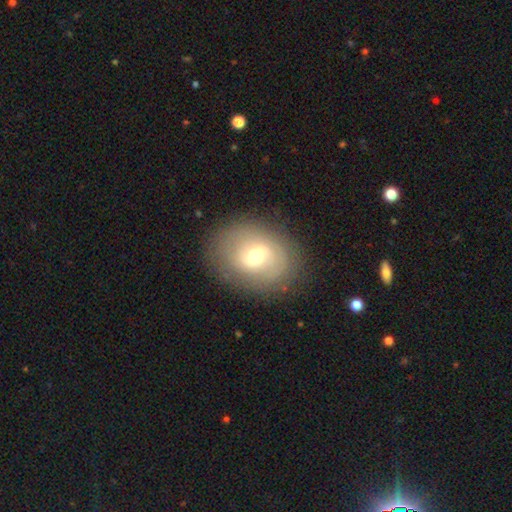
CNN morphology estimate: Smooth or featured? featured or disk (53%)
Edge-on disk? no (94%)
Merging? none (82%)